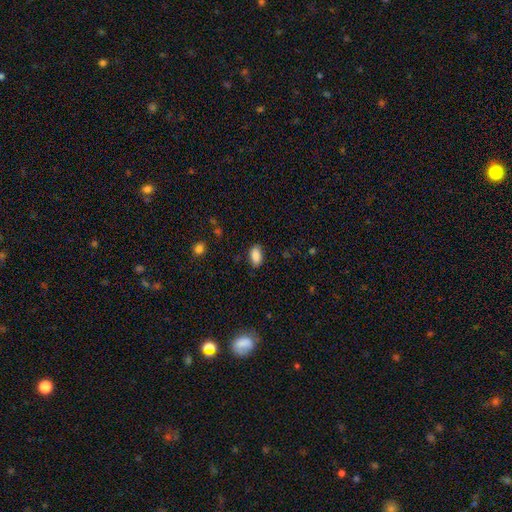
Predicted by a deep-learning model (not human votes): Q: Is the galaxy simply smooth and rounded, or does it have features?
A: smooth — 88%.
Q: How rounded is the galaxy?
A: in between — 92%.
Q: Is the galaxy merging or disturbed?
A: none — 84%.